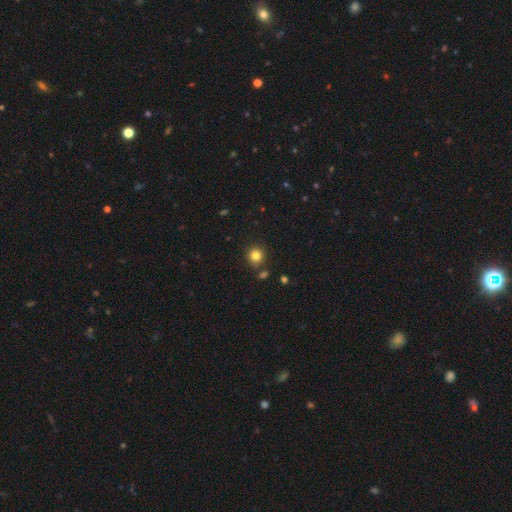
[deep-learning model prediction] Q: Smooth or featured?
A: smooth (82%); runner-up: star or artifact (13%)
Q: How rounded?
A: round (93%); runner-up: in between (6%)
Q: Merging?
A: none (84%); runner-up: minor disturbance (8%)